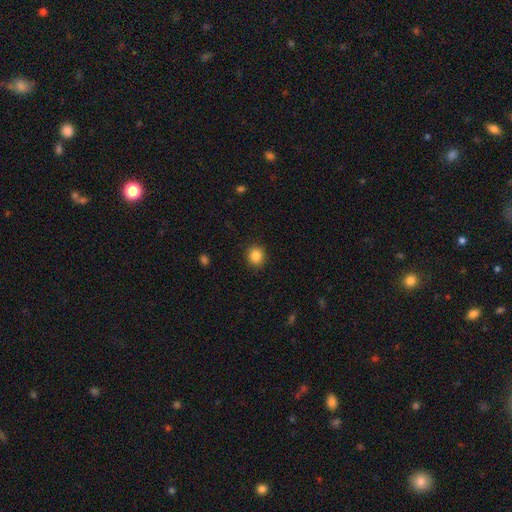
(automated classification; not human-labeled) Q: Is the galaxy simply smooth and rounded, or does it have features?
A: smooth — 86%.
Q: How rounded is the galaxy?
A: round — 87%.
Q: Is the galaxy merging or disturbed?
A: none — 91%.